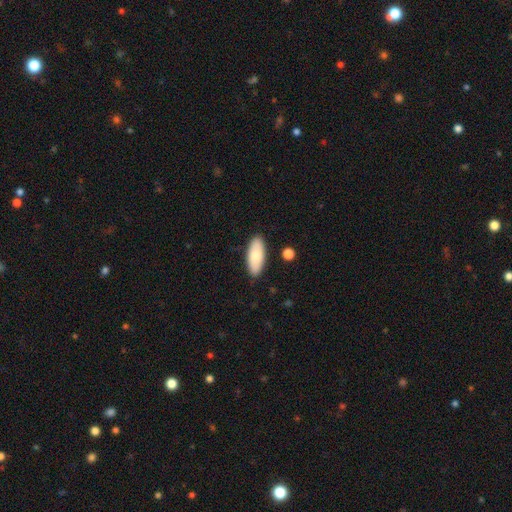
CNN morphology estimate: Smooth or featured? Predicted: smooth (p=0.81). How rounded? Predicted: in between (p=0.82). Merging? Predicted: none (p=0.87).